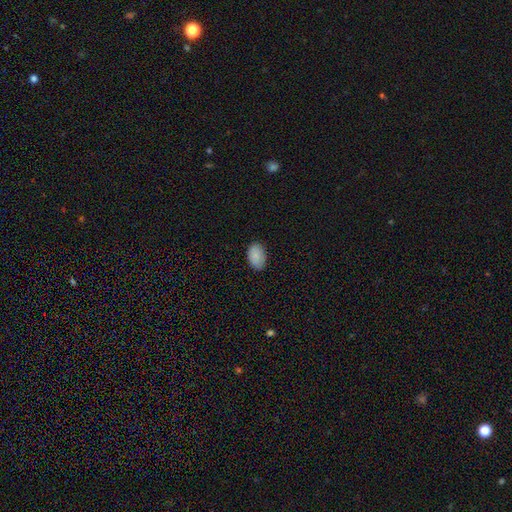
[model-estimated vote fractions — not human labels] Morphology: type=smooth (88%); roundness=in between (92%); merging=none (84%).